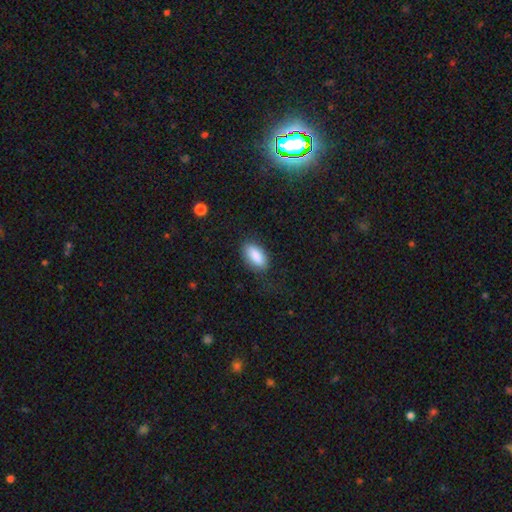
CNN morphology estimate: This is clearly a smooth galaxy (87%). How rounded: clearly in between (90%). Merging: likely none (78%).